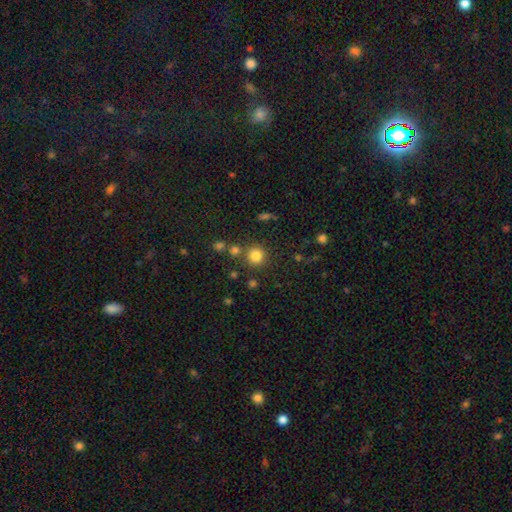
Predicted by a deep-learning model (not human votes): Q: Smooth or featured?
A: smooth (80%); runner-up: star or artifact (14%)
Q: How rounded?
A: round (92%); runner-up: in between (7%)
Q: Merging?
A: none (78%); runner-up: merger (10%)